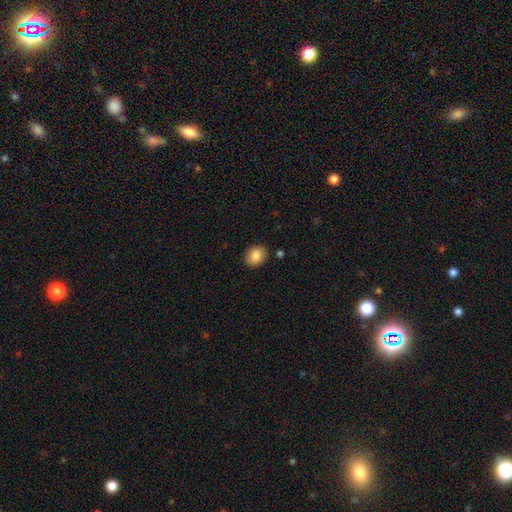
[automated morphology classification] Smooth or featured?
  - smooth: 85% *
  - star or artifact: 8%
  - featured or disk: 7%
How rounded?
  - in between: 52% *
  - round: 47%
  - cigar-shaped: 1%
Merging?
  - none: 87% *
  - minor disturbance: 9%
  - major disturbance: 2%
  - merger: 2%